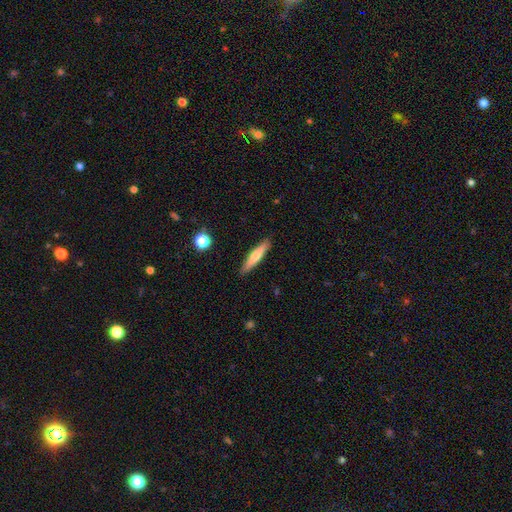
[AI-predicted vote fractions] Morphology: type=smooth (59%); roundness=cigar-shaped (88%); merging=none (89%).